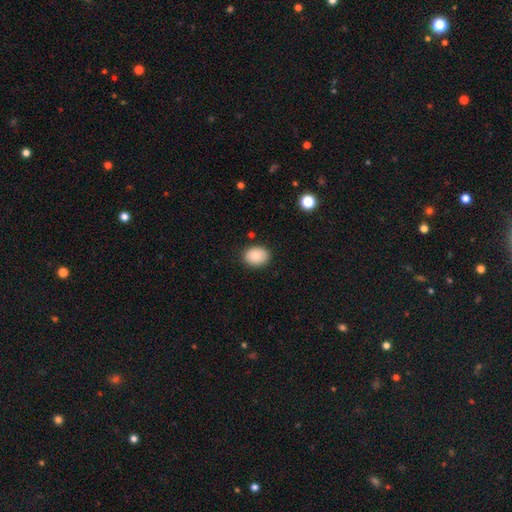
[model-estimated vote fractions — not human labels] A smooth galaxy with no disk features (86%) that is in between round and cigar-shaped (62%).

Vote fractions:
- Smooth or featured? smooth: 86% / star or artifact: 8% / featured or disk: 7%
- How rounded? in between: 62% / round: 37% / cigar-shaped: 1%
- Merging? none: 86% / minor disturbance: 11% / major disturbance: 2% / merger: 1%